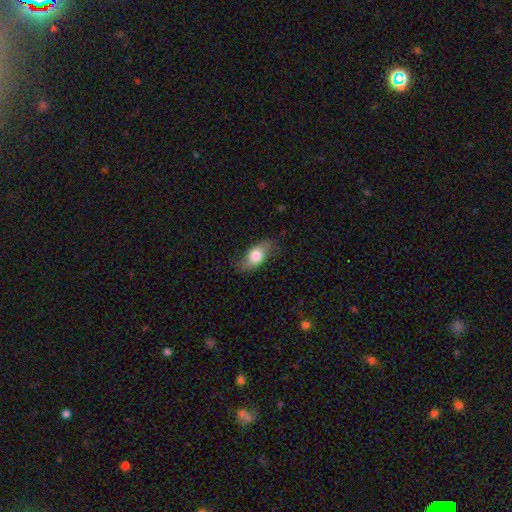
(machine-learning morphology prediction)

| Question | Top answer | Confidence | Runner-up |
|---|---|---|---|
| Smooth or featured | smooth | 72% | featured or disk (22%) |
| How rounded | in between | 83% | round (9%) |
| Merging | none | 71% | minor disturbance (21%) |